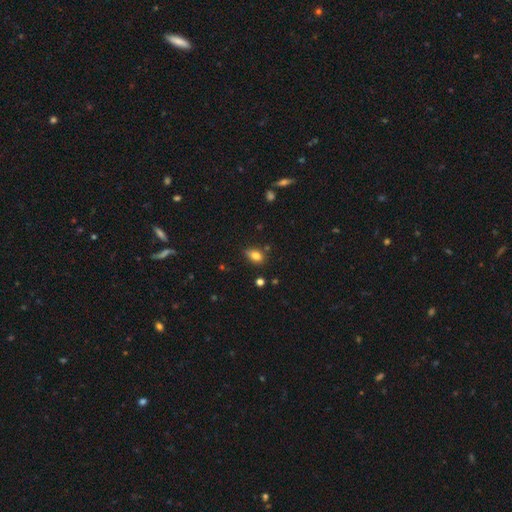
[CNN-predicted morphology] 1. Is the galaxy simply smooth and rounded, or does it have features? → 79% smooth, 11% star or artifact, 10% featured or disk.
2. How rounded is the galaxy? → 76% in between, 20% round, 4% cigar-shaped.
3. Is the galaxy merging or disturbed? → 66% none, 25% minor disturbance, 5% major disturbance, 4% merger.